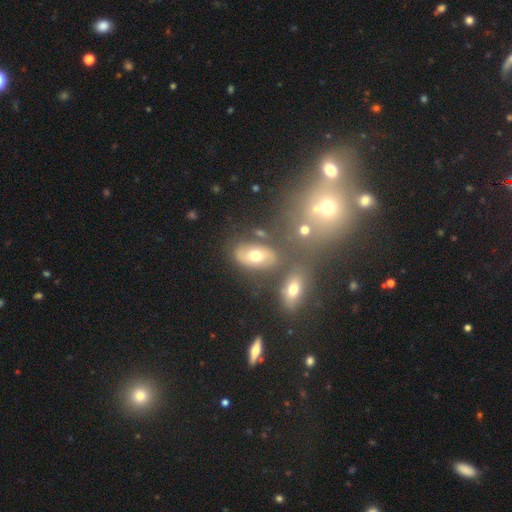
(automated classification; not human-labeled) smooth 54%, featured or disk 34%, star or artifact 12%. Down the decision tree: how rounded — in between (86%); merging — none (67%).